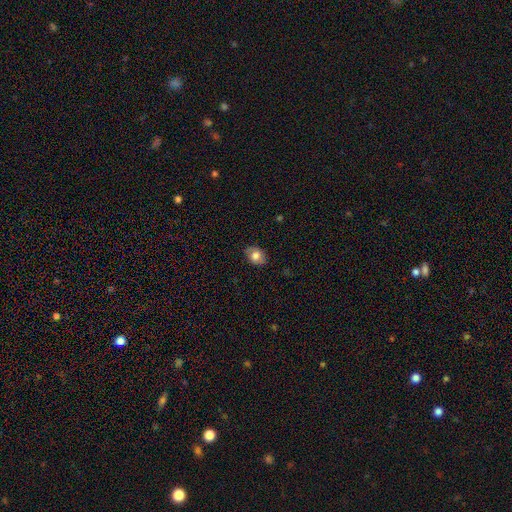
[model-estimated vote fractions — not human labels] smooth 76%, featured or disk 15%, star or artifact 8%. Down the decision tree: how rounded — in between (66%); merging — none (82%).